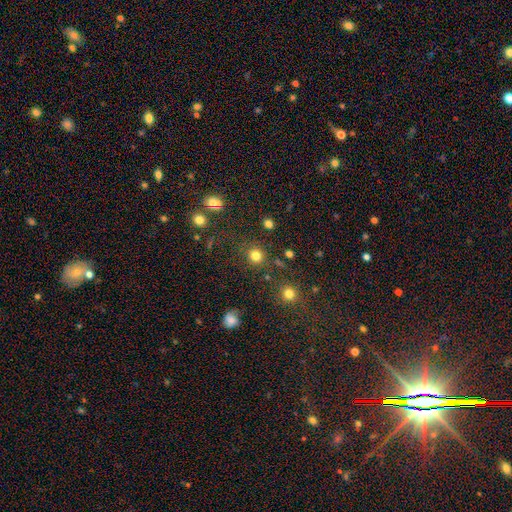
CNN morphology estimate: Overall: smooth (79%). How rounded: round (91%). Merging: none (85%).